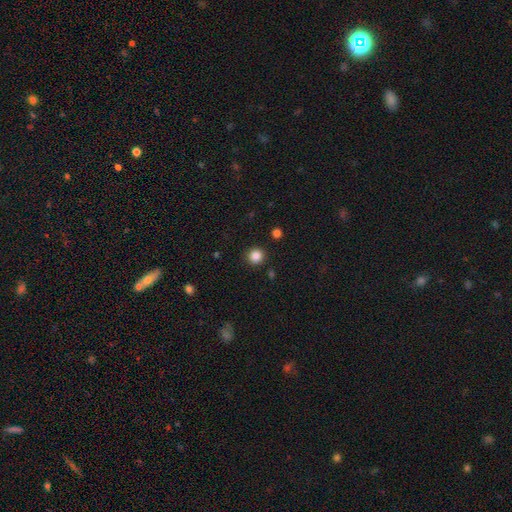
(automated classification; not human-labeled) The model was most divided on "smooth or featured": smooth: 85%, star or artifact: 11%, featured or disk: 4%. More confident: how rounded — round (94%); merging — none (91%).